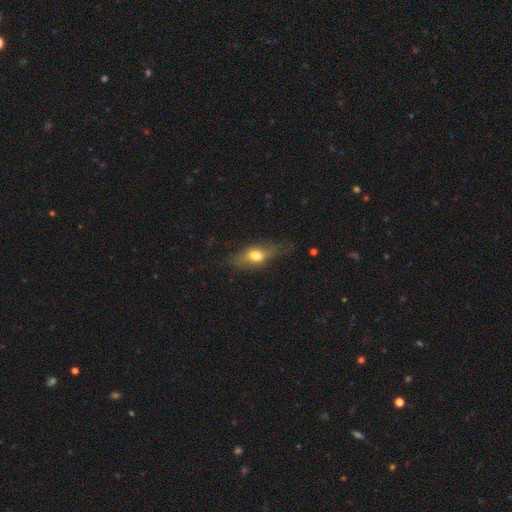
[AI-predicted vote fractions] A smooth galaxy with no disk features (65%) that is in between round and cigar-shaped (72%). Merging: none (65%).